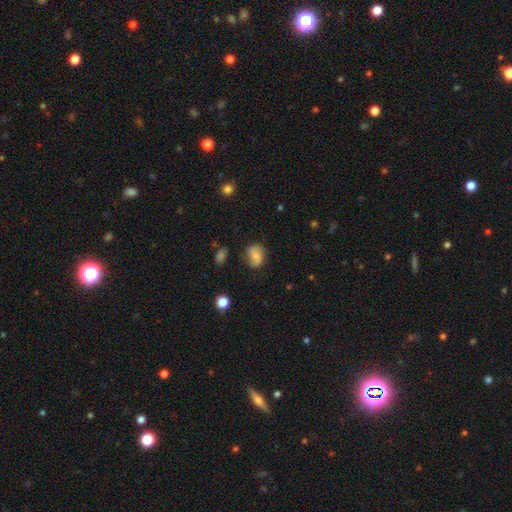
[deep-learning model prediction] smooth 69%, featured or disk 21%, star or artifact 10%. Down the decision tree: how rounded — in between (69%); merging — none (60%).